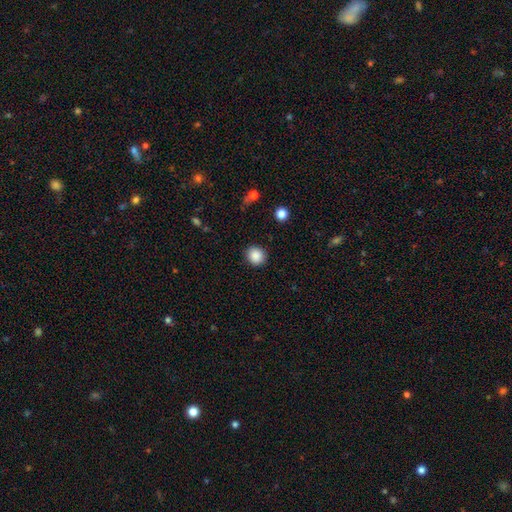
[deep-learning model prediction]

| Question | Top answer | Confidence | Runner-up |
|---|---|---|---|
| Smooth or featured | smooth | 88% | star or artifact (9%) |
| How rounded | round | 87% | in between (12%) |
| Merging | none | 89% | minor disturbance (7%) |